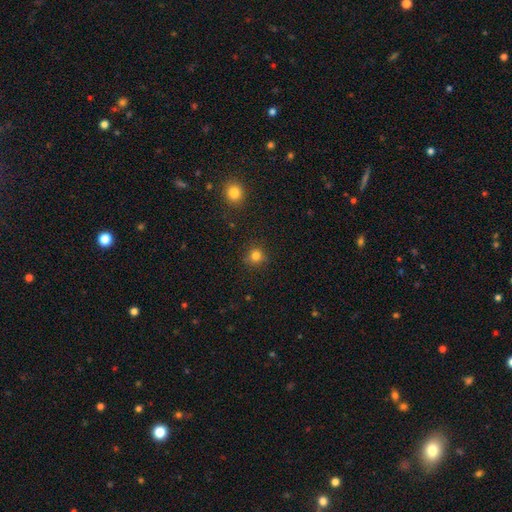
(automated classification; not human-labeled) Q: Smooth or featured?
A: smooth (80%); runner-up: star or artifact (14%)
Q: How rounded?
A: round (90%); runner-up: in between (9%)
Q: Merging?
A: none (85%); runner-up: minor disturbance (10%)